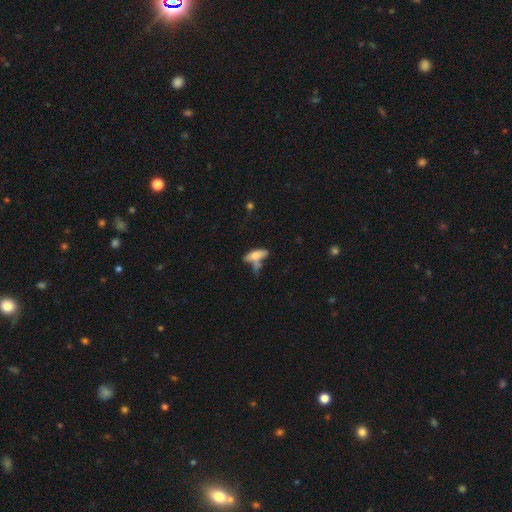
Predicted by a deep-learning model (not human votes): smooth_or_featured: smooth (p=0.65) [alt: featured or disk p=0.26]
how_rounded: in between (p=0.63) [alt: cigar-shaped p=0.33]
merging: none (p=0.39) [alt: merger p=0.31]